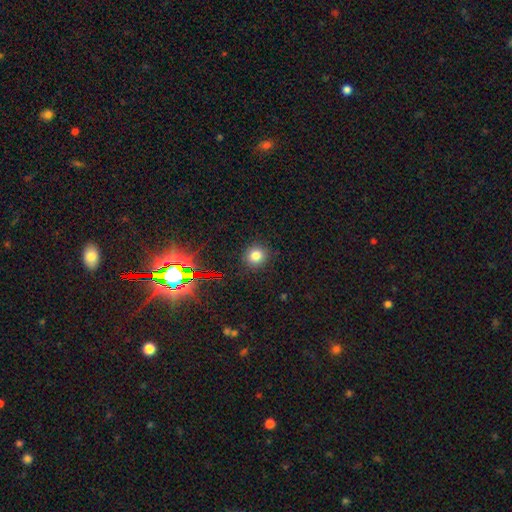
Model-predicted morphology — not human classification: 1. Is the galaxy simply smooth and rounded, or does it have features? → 77% smooth, 17% star or artifact, 6% featured or disk.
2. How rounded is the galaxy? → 89% round, 11% in between, 1% cigar-shaped.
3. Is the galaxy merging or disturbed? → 90% none, 7% minor disturbance, 2% major disturbance, 1% merger.